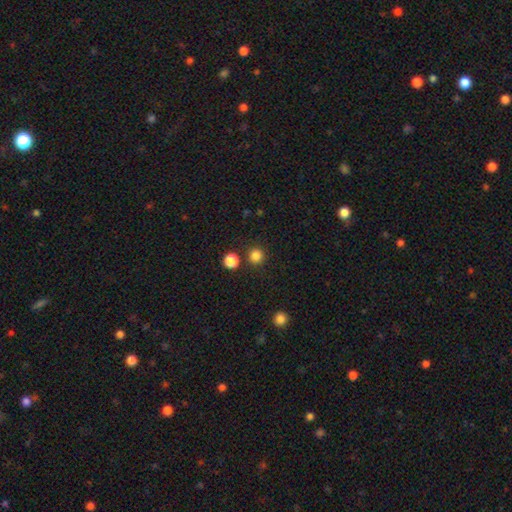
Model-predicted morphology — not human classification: smooth-or-featured: smooth: 83% | star or artifact: 13% | featured or disk: 3%
  how-rounded: round: 94% | in between: 5% | cigar-shaped: 1%
  merging: none: 87% | minor disturbance: 5% | merger: 5% | major disturbance: 2%